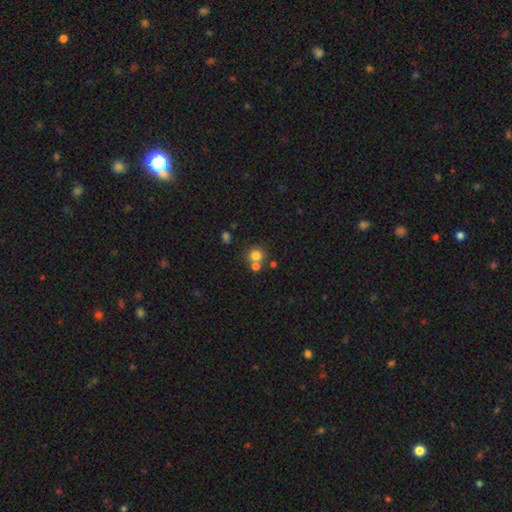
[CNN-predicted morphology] This is likely a smooth galaxy (78%). How rounded: clearly round (88%). Merging: possibly none (57%).